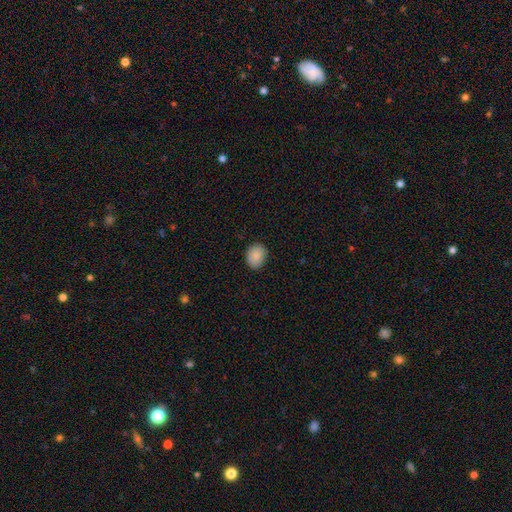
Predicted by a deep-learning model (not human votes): A smooth galaxy with no disk features (88%) that is in between round and cigar-shaped (52%).

Vote fractions:
- Smooth or featured? smooth: 88% / star or artifact: 8% / featured or disk: 5%
- How rounded? in between: 52% / round: 47% / cigar-shaped: 1%
- Merging? none: 83% / minor disturbance: 13% / major disturbance: 2% / merger: 1%